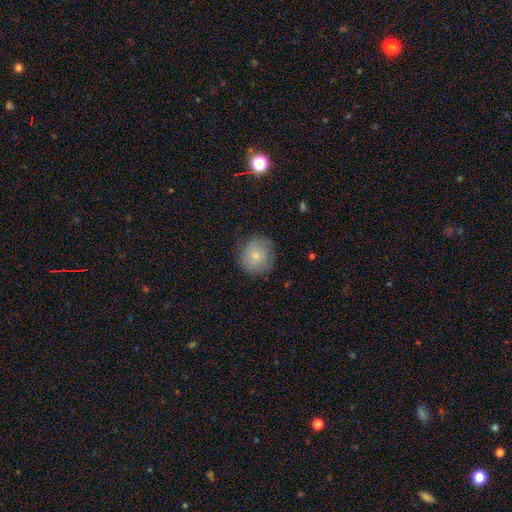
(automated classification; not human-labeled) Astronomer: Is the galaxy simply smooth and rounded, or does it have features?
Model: smooth — 73%.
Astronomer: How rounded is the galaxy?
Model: round — 91%.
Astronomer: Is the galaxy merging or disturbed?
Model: none — 74%.